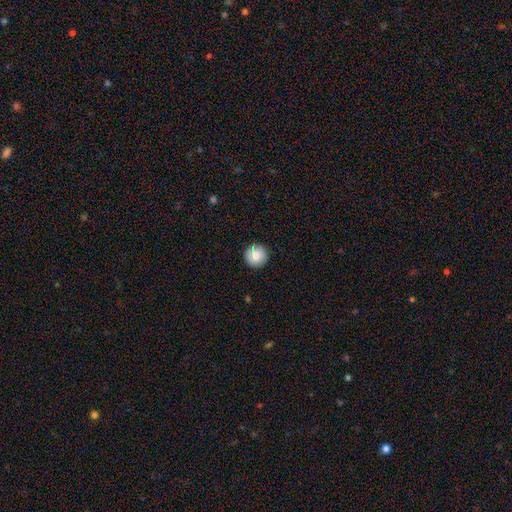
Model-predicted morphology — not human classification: Smooth or featured? smooth (81%)
How rounded? round (96%)
Merging? none (91%)